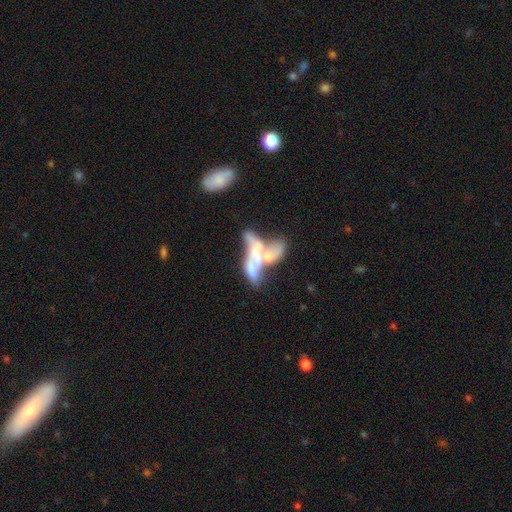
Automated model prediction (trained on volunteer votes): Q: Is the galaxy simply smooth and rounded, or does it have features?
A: featured or disk — 58%.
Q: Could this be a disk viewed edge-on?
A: no — 85%.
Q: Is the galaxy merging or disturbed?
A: merger — 69%.